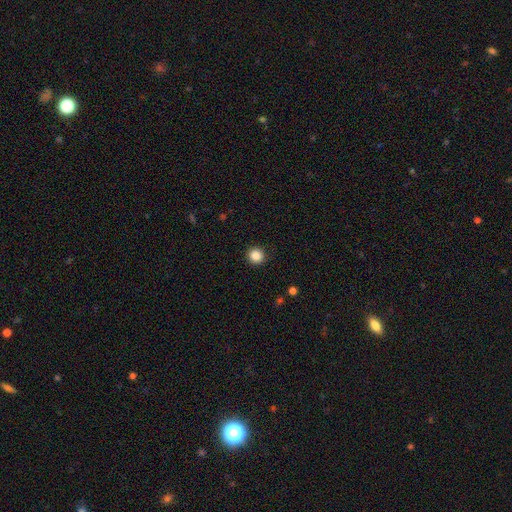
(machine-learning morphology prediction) Smooth or featured? smooth (86%)
How rounded? round (93%)
Merging? none (92%)